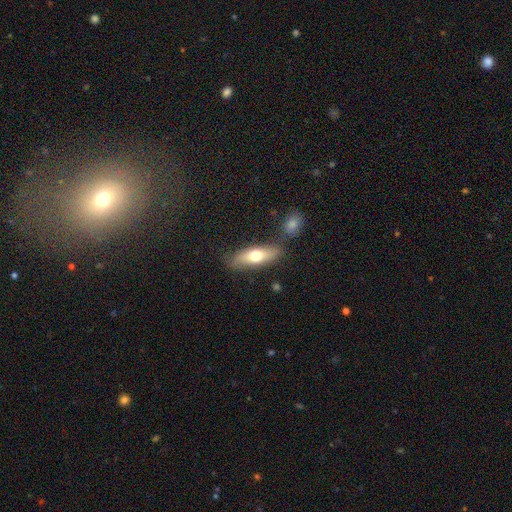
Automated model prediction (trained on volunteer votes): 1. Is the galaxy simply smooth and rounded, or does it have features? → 64% smooth, 30% featured or disk, 6% star or artifact.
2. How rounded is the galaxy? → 58% in between, 39% cigar-shaped, 3% round.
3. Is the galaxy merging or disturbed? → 74% none, 14% minor disturbance, 9% merger, 4% major disturbance.